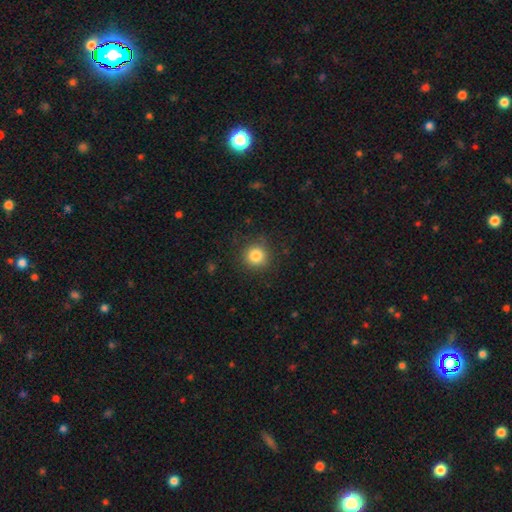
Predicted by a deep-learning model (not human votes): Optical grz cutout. It shows a smooth galaxy with no disk features (83%) that is round (93%). Merging: none (85%).